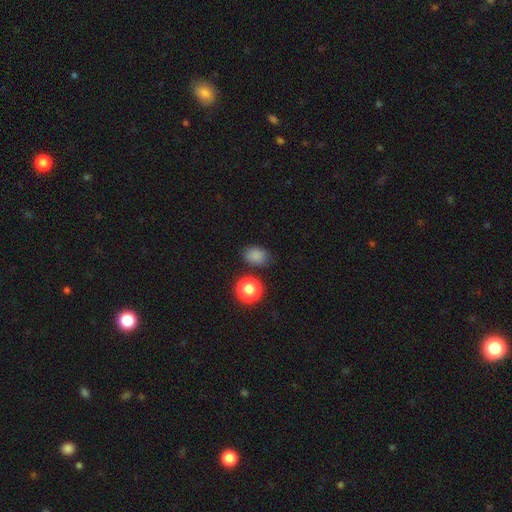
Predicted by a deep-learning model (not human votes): A smooth galaxy with no disk features (81%) that is in between round and cigar-shaped (70%). Merging: none (79%).